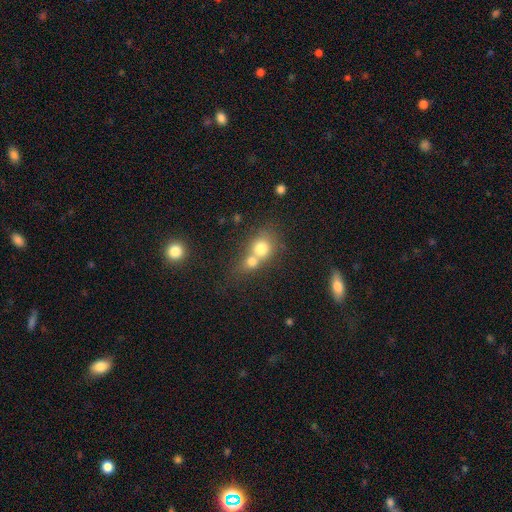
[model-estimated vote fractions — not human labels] Q: Smooth or featured?
A: smooth (68%); runner-up: featured or disk (17%)
Q: How rounded?
A: round (72%); runner-up: in between (26%)
Q: Merging?
A: merger (61%); runner-up: none (29%)